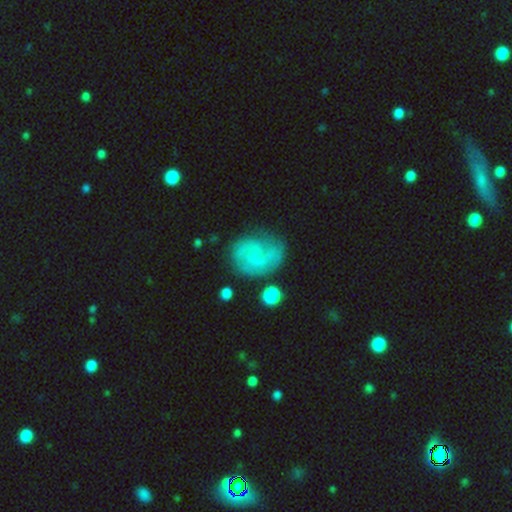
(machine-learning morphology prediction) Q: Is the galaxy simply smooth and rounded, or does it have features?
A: featured or disk — 73%.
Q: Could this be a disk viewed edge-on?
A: no — 98%.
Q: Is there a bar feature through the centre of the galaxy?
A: no — 50%.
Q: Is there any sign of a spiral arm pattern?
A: yes — 92%.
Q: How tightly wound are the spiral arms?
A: medium — 47%.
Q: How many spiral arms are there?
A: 2 — 71%.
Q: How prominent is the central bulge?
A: small — 49%.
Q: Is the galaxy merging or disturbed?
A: none — 68%.